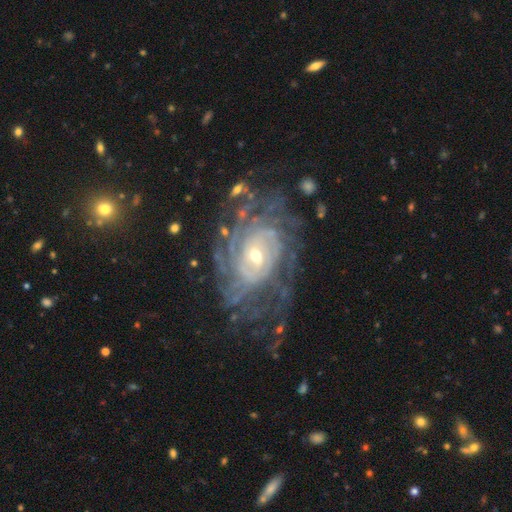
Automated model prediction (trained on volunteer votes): smooth_or_featured: featured or disk (p=0.89) [alt: star or artifact p=0.06]
disk_edge_on: no (p=0.96) [alt: yes p=0.04]
bar: no (p=0.55) [alt: weak p=0.33]
has_spiral_arms: yes (p=0.96) [alt: no p=0.04]
spiral_winding: tight (p=0.73) [alt: medium p=0.22]
spiral_arm_count: can't tell (p=0.38) [alt: more than 4 p=0.17]
bulge_size: small (p=0.55) [alt: moderate p=0.40]
merging: none (p=0.66) [alt: minor disturbance p=0.18]